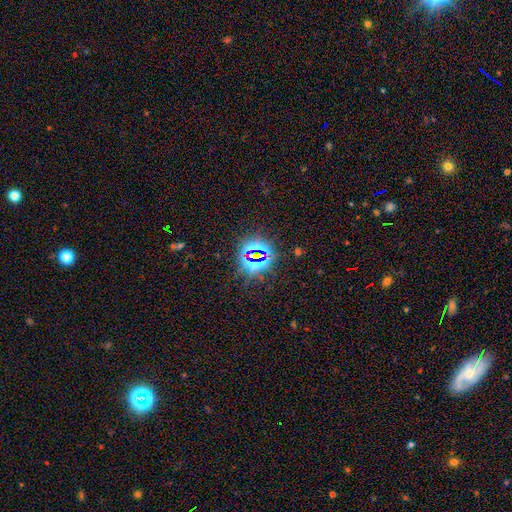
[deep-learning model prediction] star or artifact 79%, smooth 13%, featured or disk 7%.